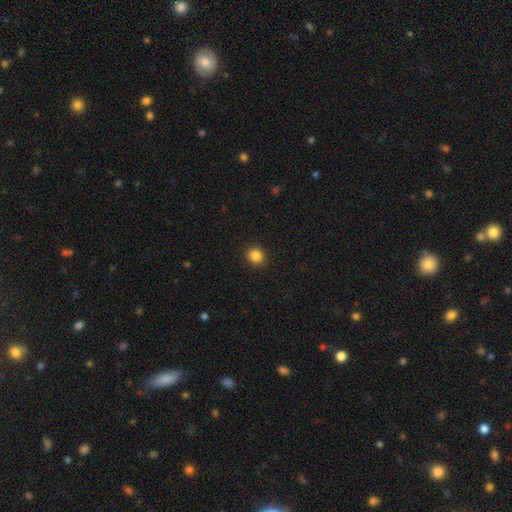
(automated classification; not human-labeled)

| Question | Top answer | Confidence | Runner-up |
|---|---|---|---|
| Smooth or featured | smooth | 85% | star or artifact (11%) |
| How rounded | round | 90% | in between (9%) |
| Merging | none | 92% | minor disturbance (5%) |